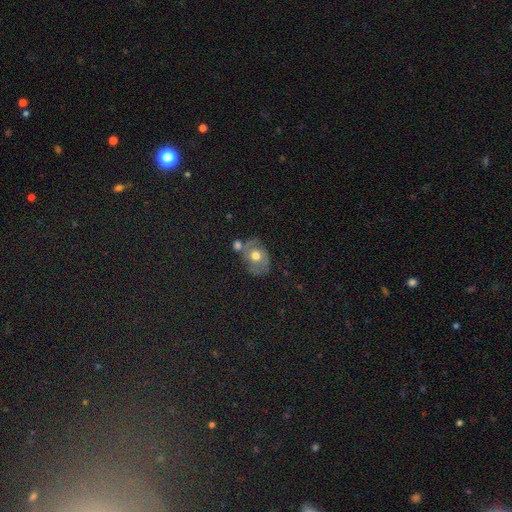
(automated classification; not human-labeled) featured or disk 47%, smooth 42%, star or artifact 11%. Down the decision tree: merging — none (48%).